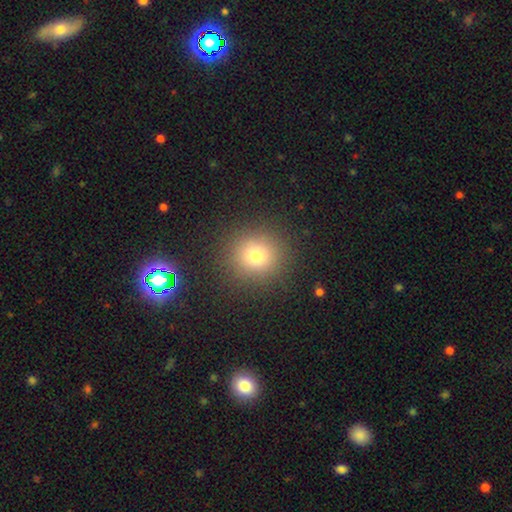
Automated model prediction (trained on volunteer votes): Smooth or featured? smooth (74%)
How rounded? round (91%)
Merging? none (89%)